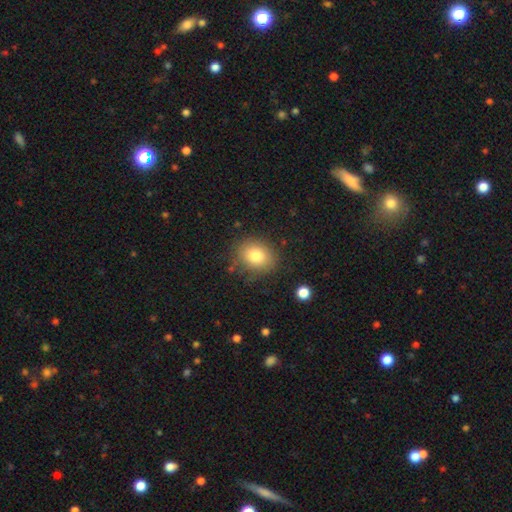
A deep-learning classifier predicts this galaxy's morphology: This appears to be a smooth galaxy with no disk features (80%) that is round (63%). Merging: none (82%).